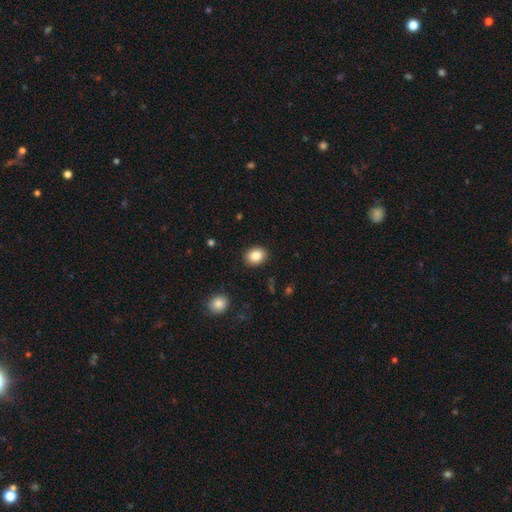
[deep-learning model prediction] A smooth galaxy with no disk features (87%) that is round (50%, tied with in between). Merging: none (89%).